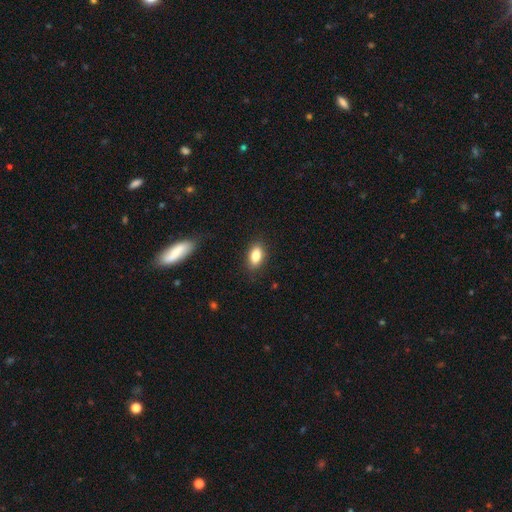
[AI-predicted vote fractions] smooth_or_featured: smooth (p=0.83) [alt: featured or disk p=0.09]
how_rounded: in between (p=0.87) [alt: round p=0.08]
merging: none (p=0.86) [alt: minor disturbance p=0.10]